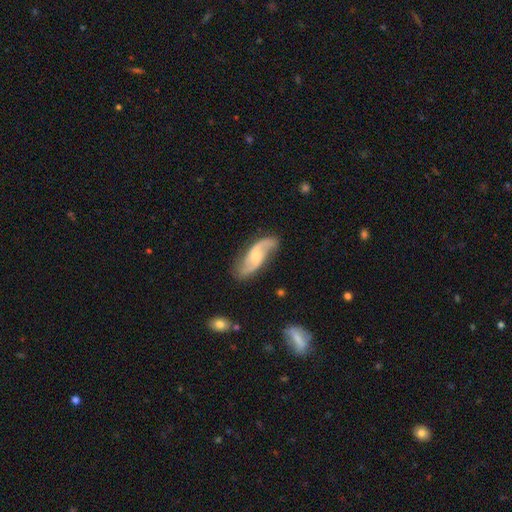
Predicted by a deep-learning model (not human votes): The model was most divided on "bulge size": small: 46%, moderate: 42%, none: 7%, large: 4%, dominant: 1%. More confident: spiral arms — yes (96%); edge-on disk — no (94%); spiral arm count — 2 (91%); smooth or featured — featured or disk (80%); merging — none (78%); spiral winding — loose (53%); bar — no (50%).